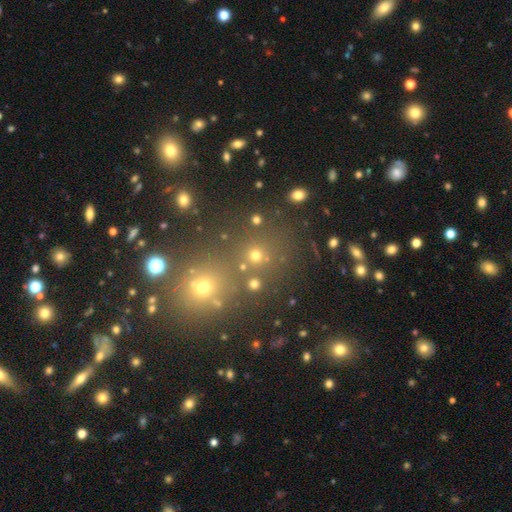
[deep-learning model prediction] Smooth or featured? Predicted: smooth (p=0.59). How rounded? Predicted: round (p=0.86). Merging? Predicted: none (p=0.72).